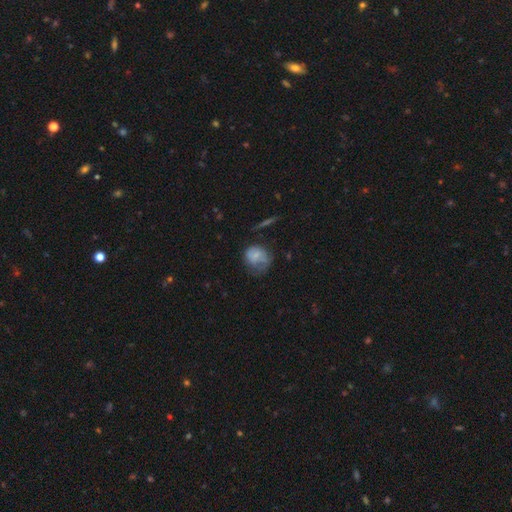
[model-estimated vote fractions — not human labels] The model was most divided on "merging": none: 36%, minor disturbance: 32%, major disturbance: 29%, merger: 3%. More confident: how rounded — round (67%); smooth or featured — smooth (66%).